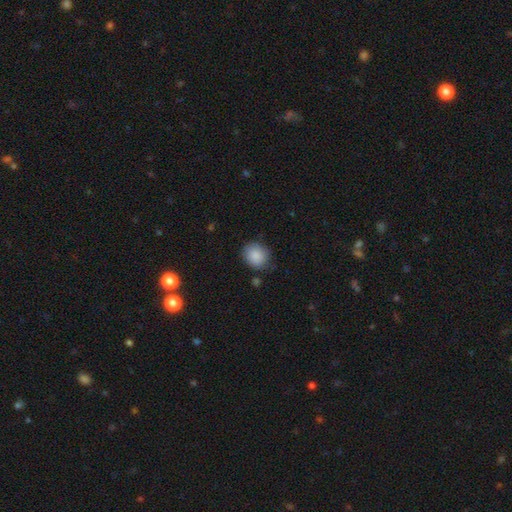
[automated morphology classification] smooth 88%, star or artifact 8%, featured or disk 4%. Down the decision tree: how rounded — round (71%); merging — none (78%).